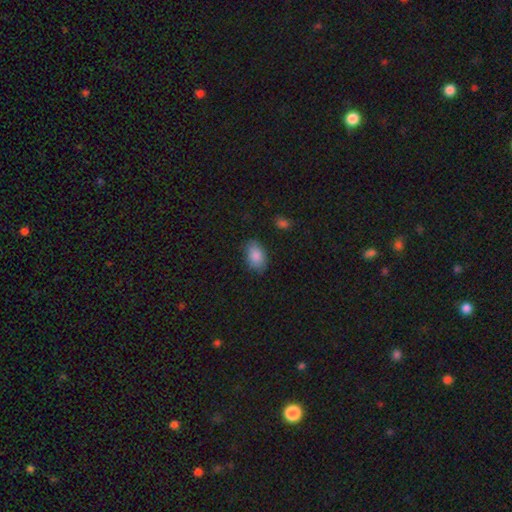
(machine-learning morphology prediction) This appears to be a smooth galaxy with no disk features (87%) that is in between round and cigar-shaped (89%). Merging: none (79%).